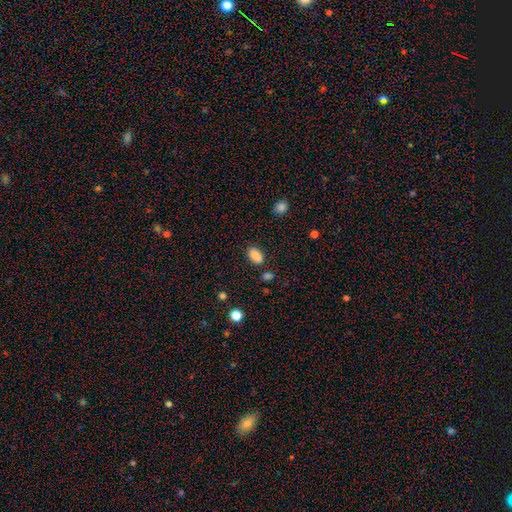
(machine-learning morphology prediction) This appears to be a smooth galaxy with no disk features (84%) that is in between round and cigar-shaped (90%). Merging: none (82%).